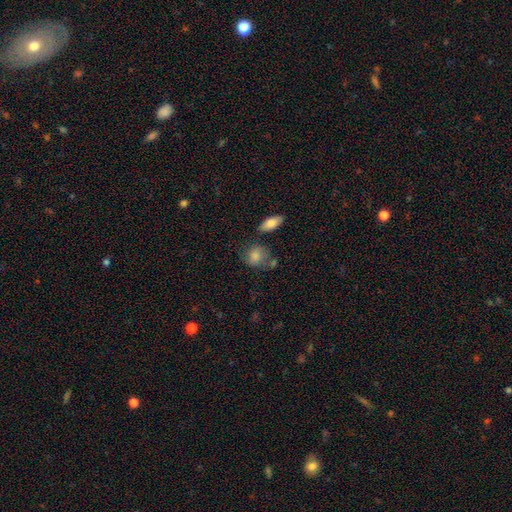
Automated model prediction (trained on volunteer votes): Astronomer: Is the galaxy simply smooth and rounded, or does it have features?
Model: smooth — 79%.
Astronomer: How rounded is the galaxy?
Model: round — 55% (runner-up: in between, 43%).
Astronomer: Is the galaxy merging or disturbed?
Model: none — 56%.